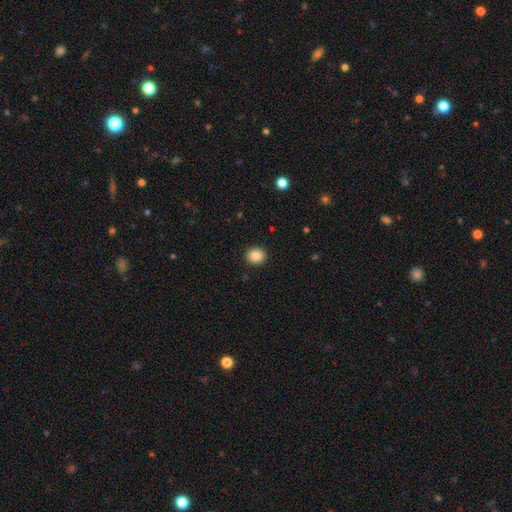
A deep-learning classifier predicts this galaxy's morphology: Smooth or featured?
  - smooth: 86% *
  - star or artifact: 9%
  - featured or disk: 4%
How rounded?
  - round: 81% *
  - in between: 19%
  - cigar-shaped: 1%
Merging?
  - none: 92% *
  - minor disturbance: 6%
  - major disturbance: 2%
  - merger: 1%